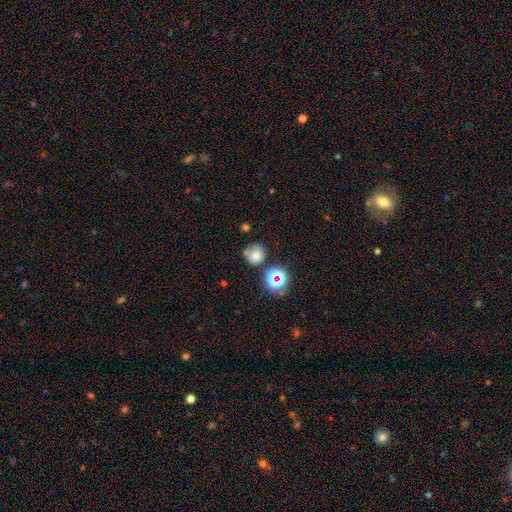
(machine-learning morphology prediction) smooth 70%, star or artifact 17%, featured or disk 13%. Down the decision tree: how rounded — round (83%); merging — none (55%).